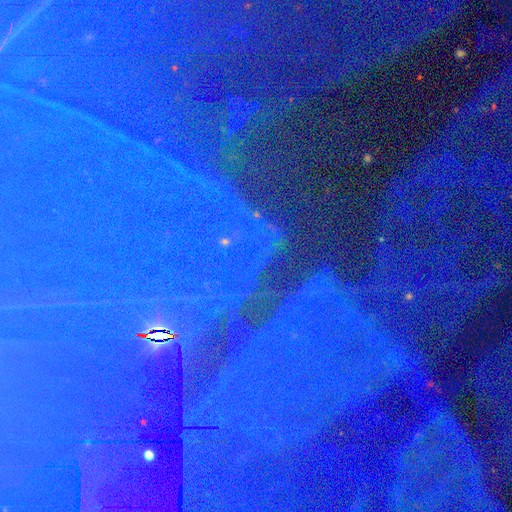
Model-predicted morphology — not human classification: star or artifact 86%, featured or disk 7%, smooth 6%.